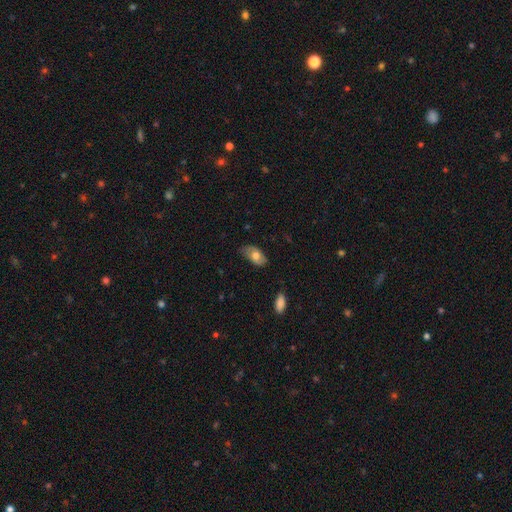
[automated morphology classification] Smooth or featured? Predicted: smooth (p=0.67). How rounded? Predicted: in between (p=0.92). Merging? Predicted: none (p=0.67).